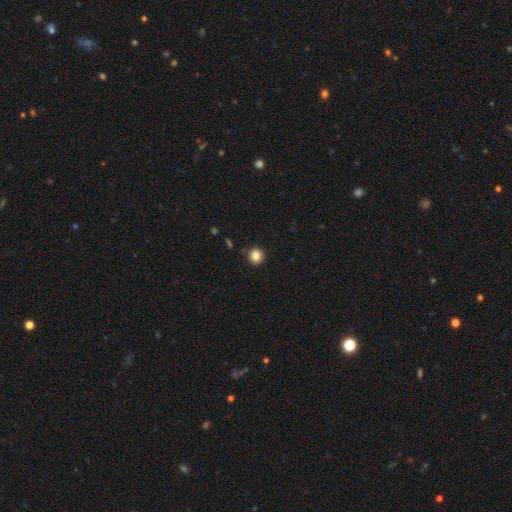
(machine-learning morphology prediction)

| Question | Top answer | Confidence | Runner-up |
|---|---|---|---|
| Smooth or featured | smooth | 84% | star or artifact (11%) |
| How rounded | round | 86% | in between (13%) |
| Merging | none | 88% | minor disturbance (8%) |